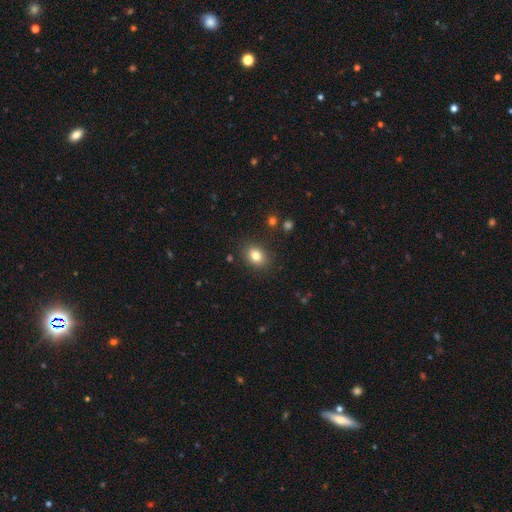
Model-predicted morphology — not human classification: A smooth galaxy with no disk features (81%) that is in between round and cigar-shaped (55%). Merging: none (86%).